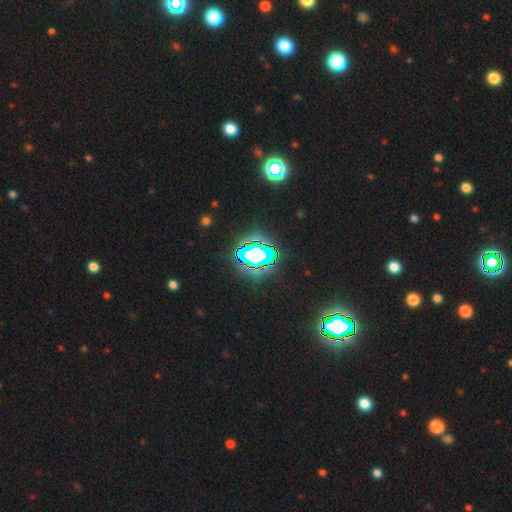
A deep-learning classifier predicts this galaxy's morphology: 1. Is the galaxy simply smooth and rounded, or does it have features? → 68% star or artifact, 17% smooth, 15% featured or disk.